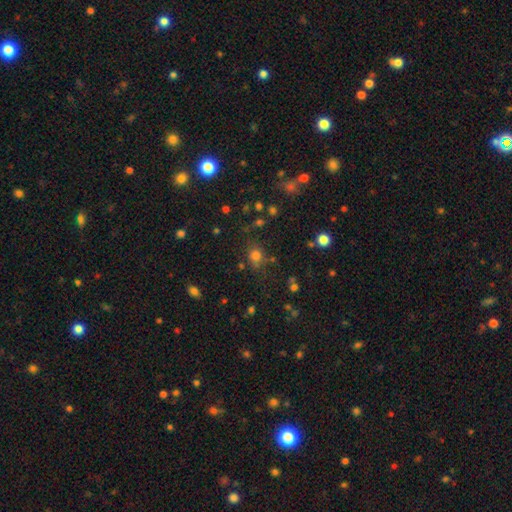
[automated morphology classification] Smooth or featured?
  - smooth: 73% *
  - star or artifact: 19%
  - featured or disk: 8%
How rounded?
  - round: 68% *
  - in between: 31%
  - cigar-shaped: 1%
Merging?
  - none: 74% *
  - minor disturbance: 15%
  - major disturbance: 6%
  - merger: 6%